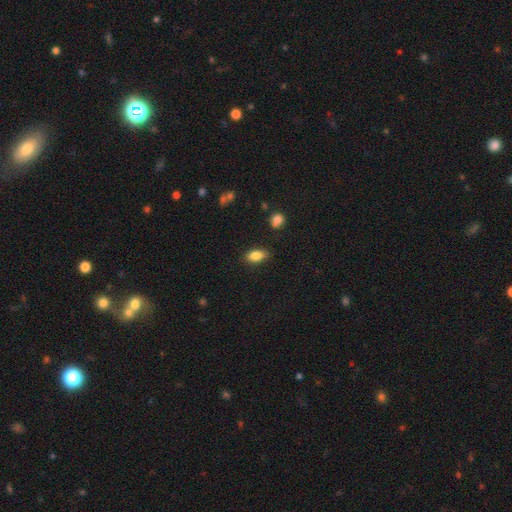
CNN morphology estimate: Smooth or featured: smooth — 83% (featured or disk — 9%)
How rounded: in between — 87% (round — 7%)
Merging: none — 84% (minor disturbance — 12%)